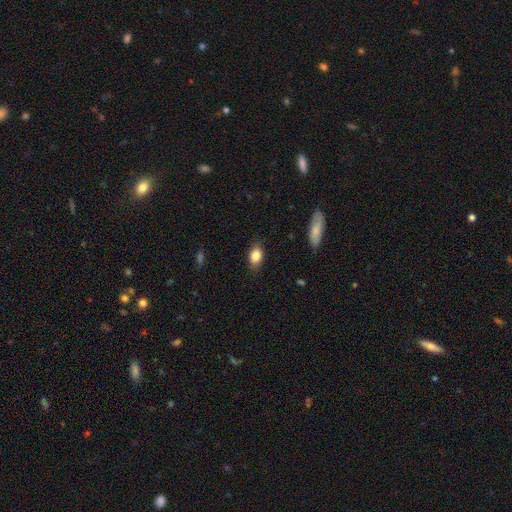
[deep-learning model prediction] Smooth or featured: smooth — 85% (star or artifact — 8%)
How rounded: in between — 85% (round — 13%)
Merging: none — 82% (minor disturbance — 14%)